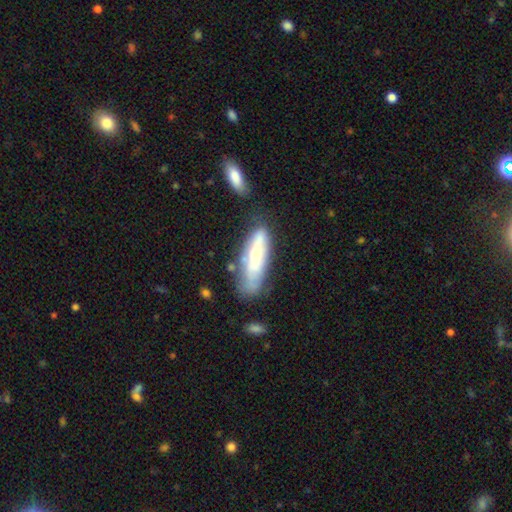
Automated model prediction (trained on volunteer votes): smooth 58%, featured or disk 35%, star or artifact 7%. Down the decision tree: how rounded — cigar-shaped (57%); merging — none (55%).